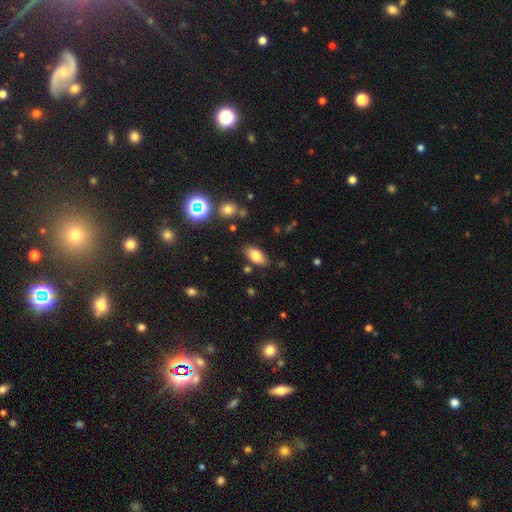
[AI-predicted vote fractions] The model was most divided on "smooth or featured": smooth: 79%, featured or disk: 12%, star or artifact: 9%. More confident: how rounded — in between (90%); merging — none (83%).